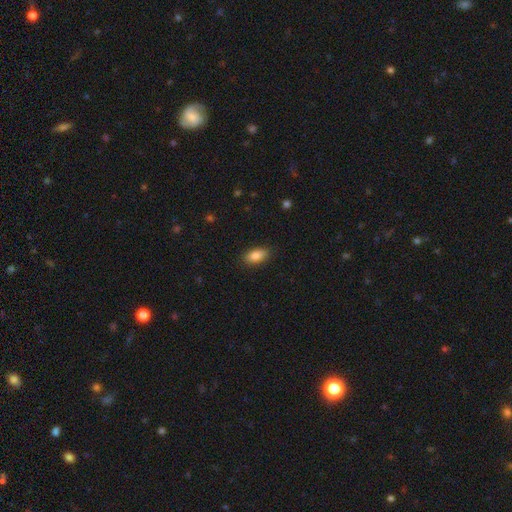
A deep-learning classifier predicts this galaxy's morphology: smooth_or_featured: smooth (p=0.85) [alt: star or artifact p=0.07]
how_rounded: in between (p=0.89) [alt: cigar-shaped p=0.07]
merging: none (p=0.87) [alt: minor disturbance p=0.10]